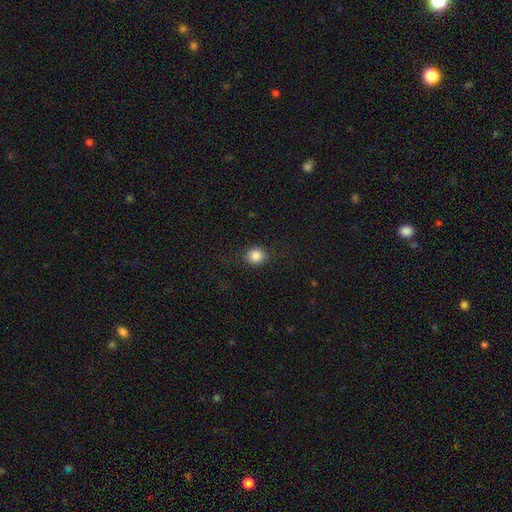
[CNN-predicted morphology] Overall: smooth (86%). How rounded: round (80%). Merging: none (86%).